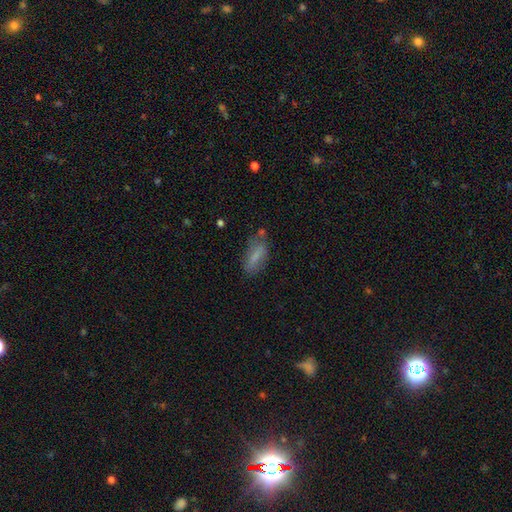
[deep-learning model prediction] This is likely a smooth galaxy (72%). How rounded: likely in between (70%). Merging: likely none (64%).